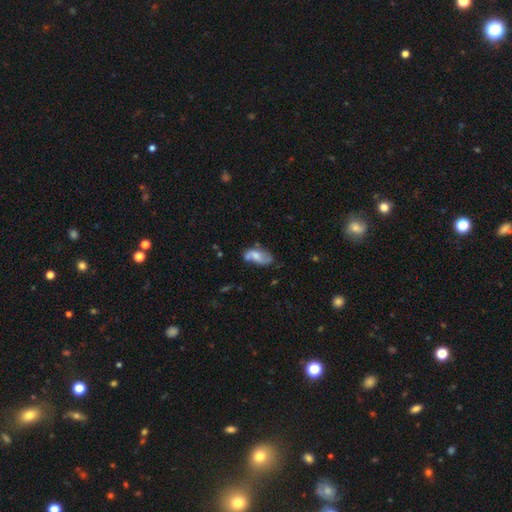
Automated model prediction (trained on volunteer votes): Smooth or featured? Predicted: featured or disk (p=0.51). Edge-on disk? Predicted: no (p=0.93). Merging? Predicted: none (p=0.50).